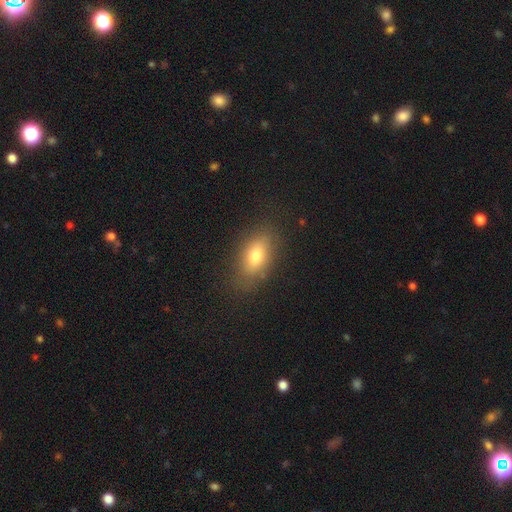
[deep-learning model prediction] Overall: smooth (76%). How rounded: in between (86%). Merging: none (81%).